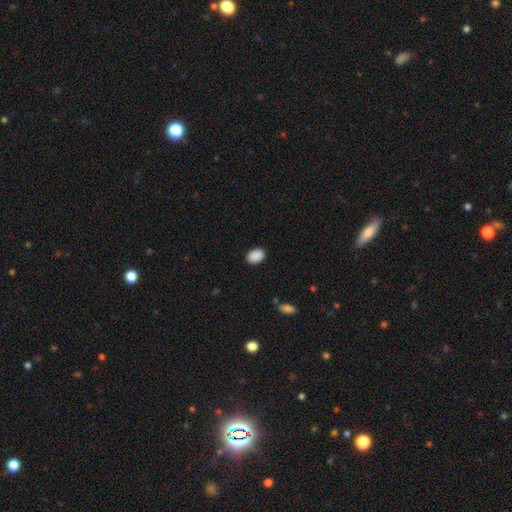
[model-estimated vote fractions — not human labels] Smooth or featured? Predicted: smooth (p=0.90). How rounded? Predicted: in between (p=0.77). Merging? Predicted: none (p=0.89).